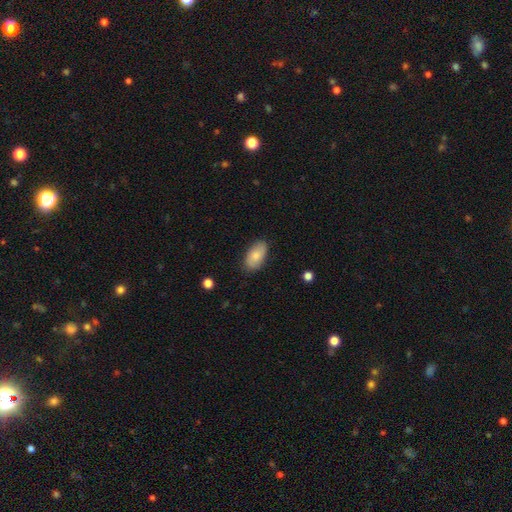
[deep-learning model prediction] Morphology: type=smooth (77%); roundness=in between (94%); merging=none (83%).